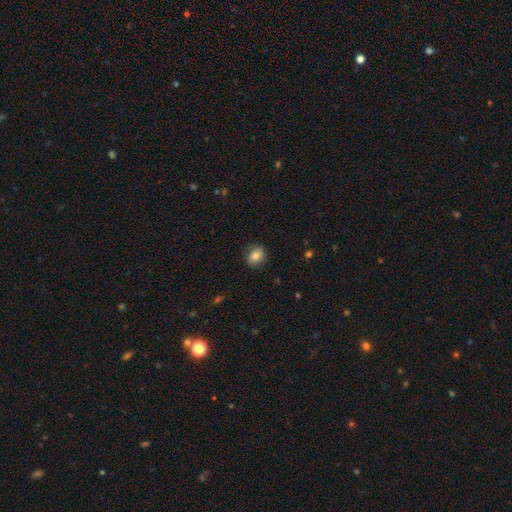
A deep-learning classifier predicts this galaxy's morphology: Smooth or featured: smooth — 78% (featured or disk — 13%)
How rounded: in between — 58% (round — 41%)
Merging: none — 81% (minor disturbance — 14%)